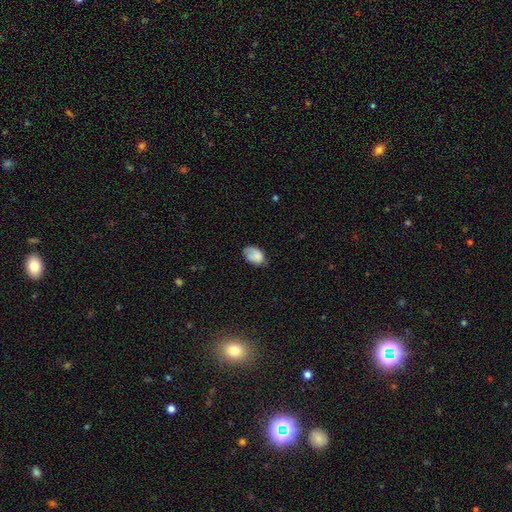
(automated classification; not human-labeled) A smooth galaxy with no disk features (78%) that is in between round and cigar-shaped (84%).

Vote fractions:
- Smooth or featured? smooth: 78% / featured or disk: 14% / star or artifact: 8%
- How rounded? in between: 84% / round: 15% / cigar-shaped: 1%
- Merging? none: 56% / minor disturbance: 32% / major disturbance: 10% / merger: 2%